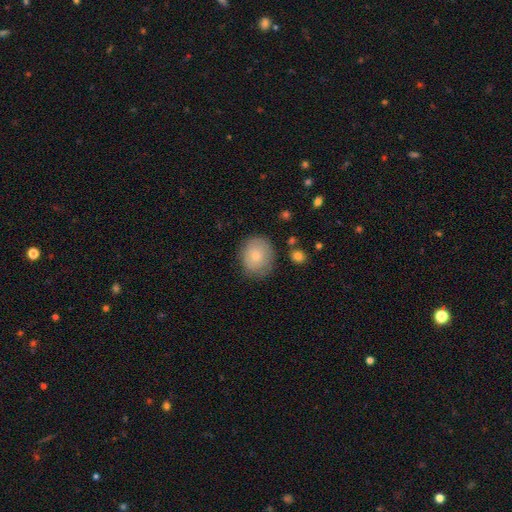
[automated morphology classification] Overall: smooth (77%). How rounded: round (67%; in between 32%). Merging: none (75%).